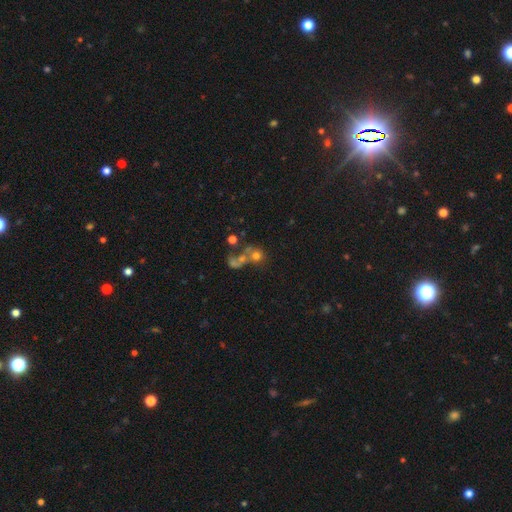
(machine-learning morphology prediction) Smooth or featured? Predicted: smooth (p=0.60). How rounded? Predicted: round (p=0.77). Merging? Predicted: merger (p=0.48).